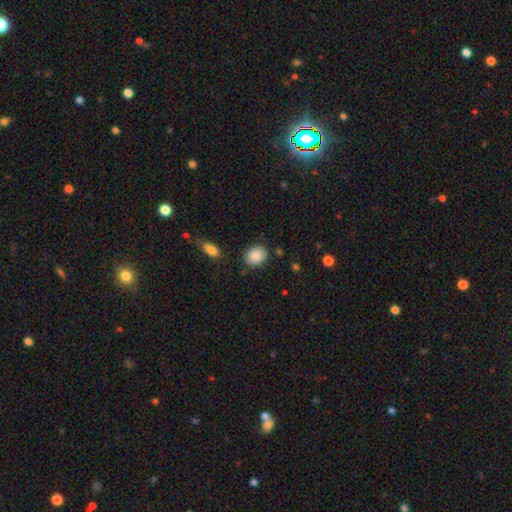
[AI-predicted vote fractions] smooth-or-featured: smooth: 89% | star or artifact: 7% | featured or disk: 4%
  how-rounded: in between: 50% | round: 48% | cigar-shaped: 1%
  merging: none: 84% | minor disturbance: 10% | major disturbance: 3% | merger: 3%